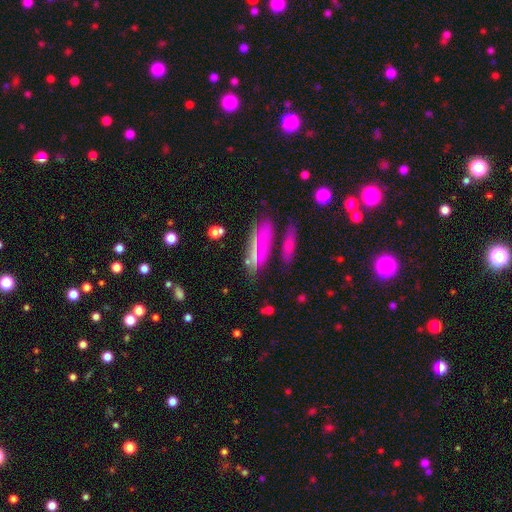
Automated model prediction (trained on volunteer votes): This appears to be a smooth galaxy with no disk features (55%) that is in between round and cigar-shaped (61%). Merging: none (74%).